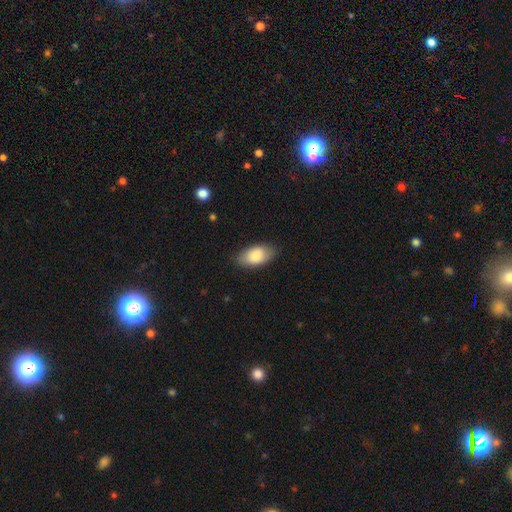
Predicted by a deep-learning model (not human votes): smooth-or-featured: smooth: 85% | featured or disk: 9% | star or artifact: 6%
  how-rounded: in between: 93% | round: 4% | cigar-shaped: 3%
  merging: none: 81% | minor disturbance: 14% | major disturbance: 3% | merger: 1%